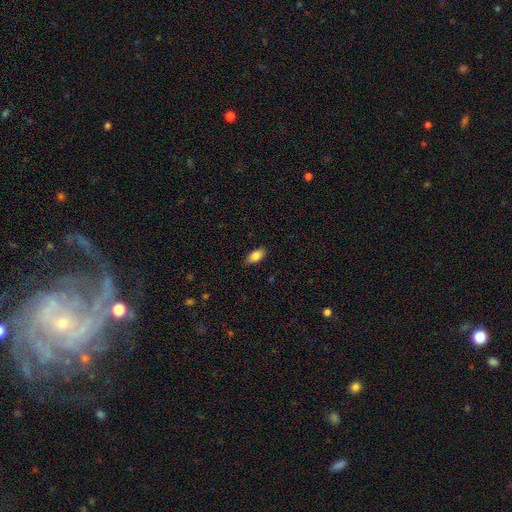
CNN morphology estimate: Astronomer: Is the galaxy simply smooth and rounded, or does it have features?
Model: smooth — 85%.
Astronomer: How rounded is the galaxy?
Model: in between — 91%.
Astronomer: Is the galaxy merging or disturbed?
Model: none — 87%.